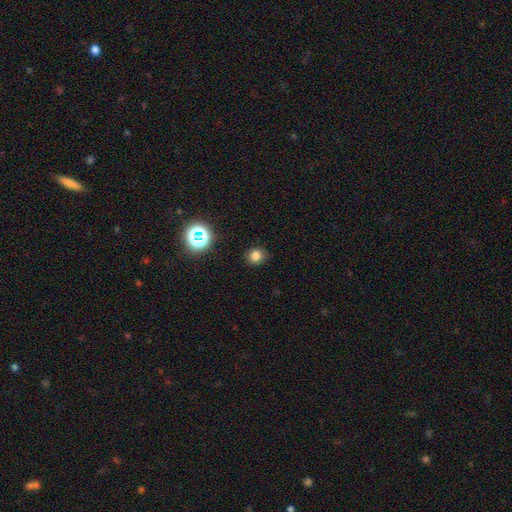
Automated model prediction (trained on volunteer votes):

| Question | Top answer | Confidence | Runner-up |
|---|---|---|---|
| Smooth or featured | smooth | 77% | star or artifact (17%) |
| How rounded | round | 85% | in between (14%) |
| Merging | none | 89% | minor disturbance (8%) |